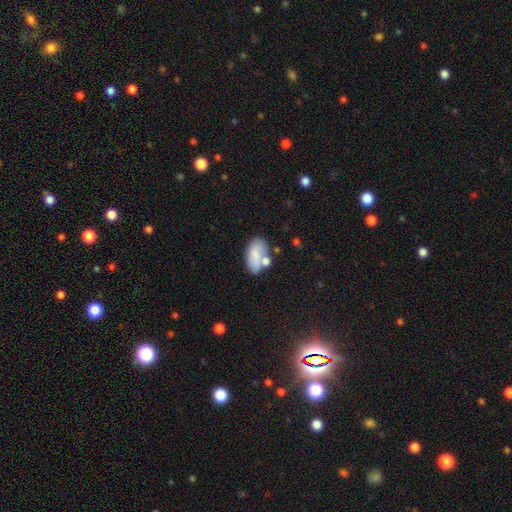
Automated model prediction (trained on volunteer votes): Smooth or featured?
  - smooth: 75% *
  - featured or disk: 17%
  - star or artifact: 8%
How rounded?
  - in between: 93% *
  - round: 5%
  - cigar-shaped: 2%
Merging?
  - none: 49% *
  - merger: 24%
  - minor disturbance: 20%
  - major disturbance: 8%